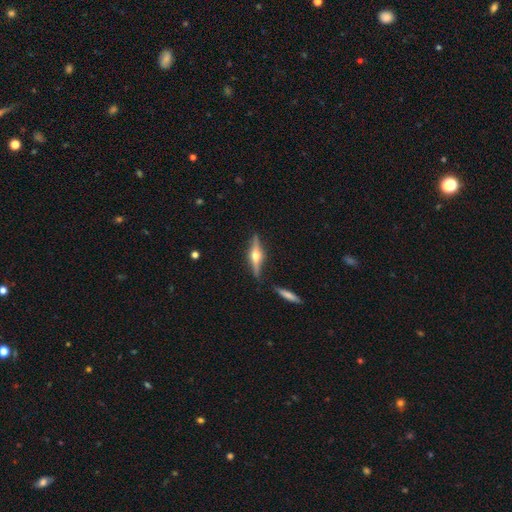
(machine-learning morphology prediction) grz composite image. It shows a featured or disk galaxy (76%) viewed edge-on (97%) with a rounded central bulge (95%). Merging: none (84%).